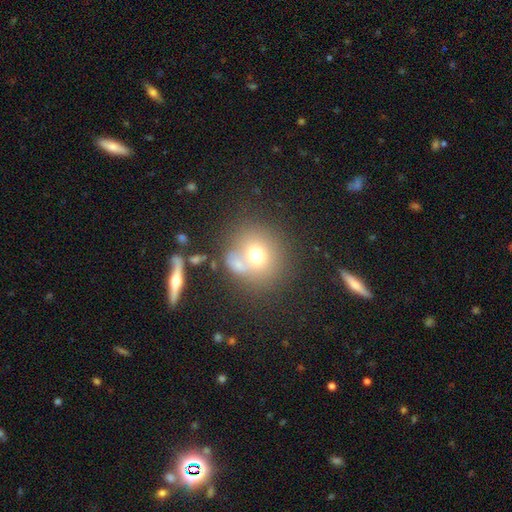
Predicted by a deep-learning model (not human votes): Smooth or featured? smooth (66%)
How rounded? round (82%)
Merging? none (54%)